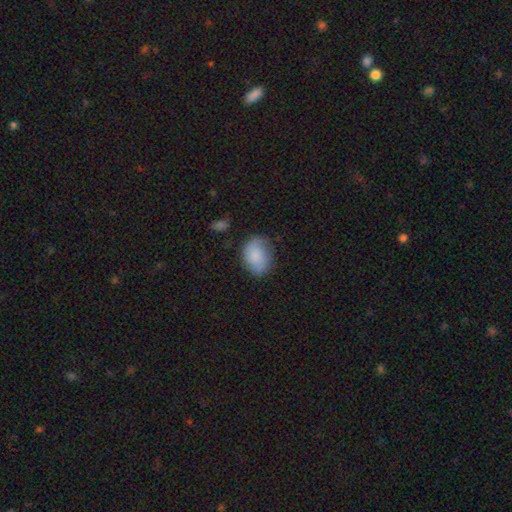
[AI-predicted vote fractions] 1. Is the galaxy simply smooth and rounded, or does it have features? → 72% smooth, 20% featured or disk, 8% star or artifact.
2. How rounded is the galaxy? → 68% in between, 31% round, 1% cigar-shaped.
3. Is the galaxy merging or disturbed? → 62% none, 27% minor disturbance, 9% major disturbance, 2% merger.